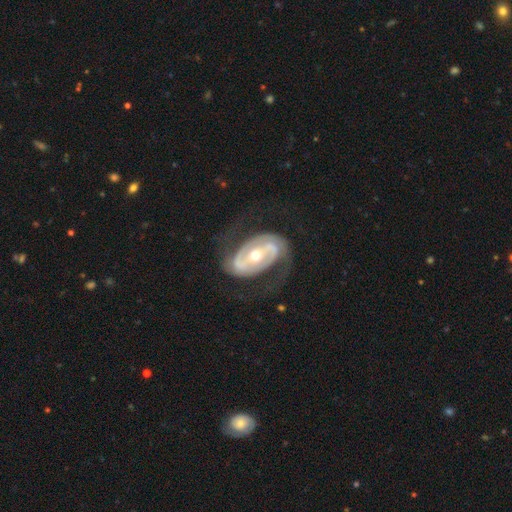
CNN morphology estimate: A featured or disk galaxy (88%) with a strong bar (44%), 2 (89%) medium (44%) spiral arms (92%) and a moderate central bulge (66%). Merging: none (69%).